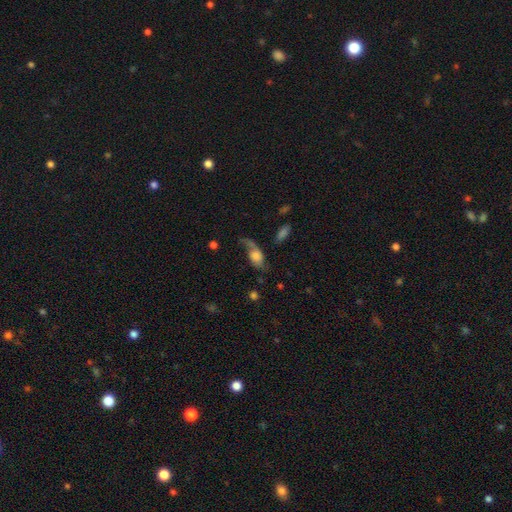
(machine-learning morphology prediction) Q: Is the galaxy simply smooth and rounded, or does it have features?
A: featured or disk — 48%.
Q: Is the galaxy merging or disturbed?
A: none — 35%, tied with major disturbance.